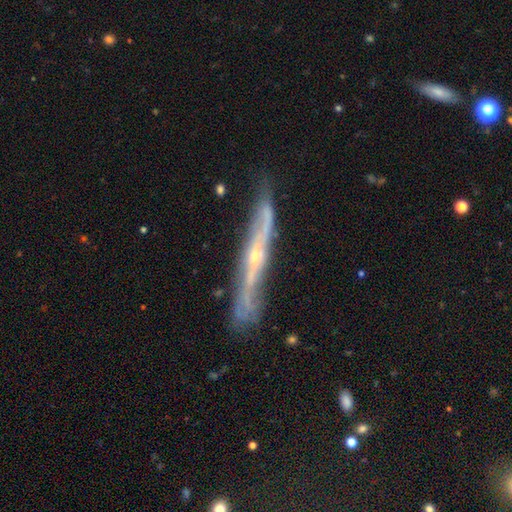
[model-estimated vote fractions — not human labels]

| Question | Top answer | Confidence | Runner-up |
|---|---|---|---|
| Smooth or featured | featured or disk | 82% | smooth (11%) |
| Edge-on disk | yes | 79% | no (21%) |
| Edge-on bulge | rounded | 70% | none (26%) |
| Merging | none | 69% | minor disturbance (23%) |